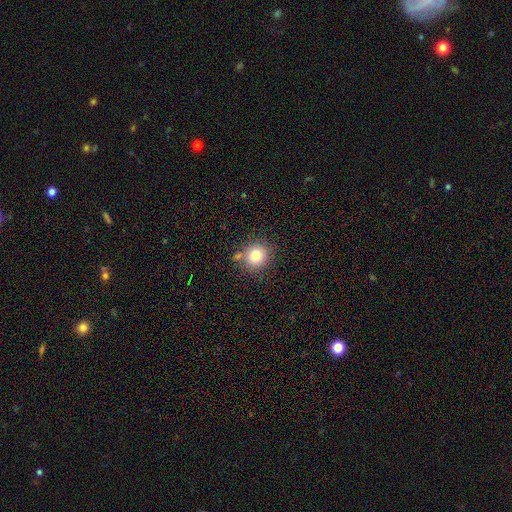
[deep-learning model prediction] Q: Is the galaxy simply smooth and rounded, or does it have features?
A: smooth — 81%.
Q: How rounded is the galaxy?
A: round — 88%.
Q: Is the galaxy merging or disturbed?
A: none — 74%.